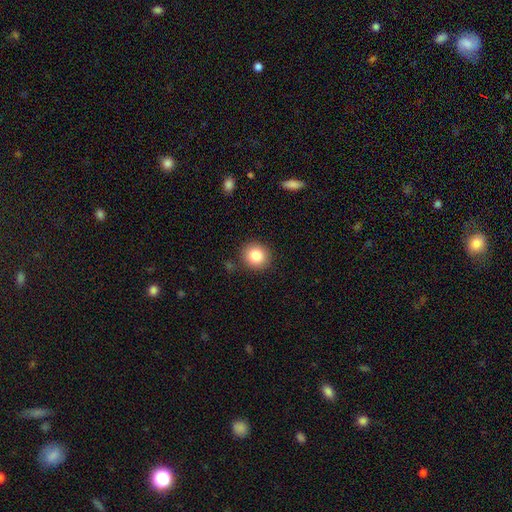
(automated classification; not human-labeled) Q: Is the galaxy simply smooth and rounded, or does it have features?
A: smooth — 85%.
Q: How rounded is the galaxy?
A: round — 87%.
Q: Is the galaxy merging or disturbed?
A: none — 88%.